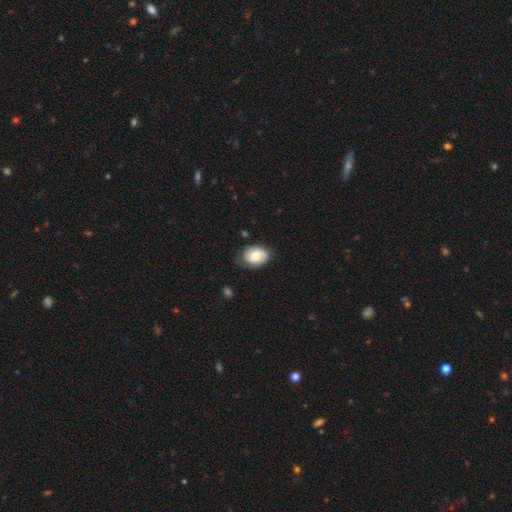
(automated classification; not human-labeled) Smooth or featured? smooth (59%)
How rounded? in between (59%)
Merging? none (66%)